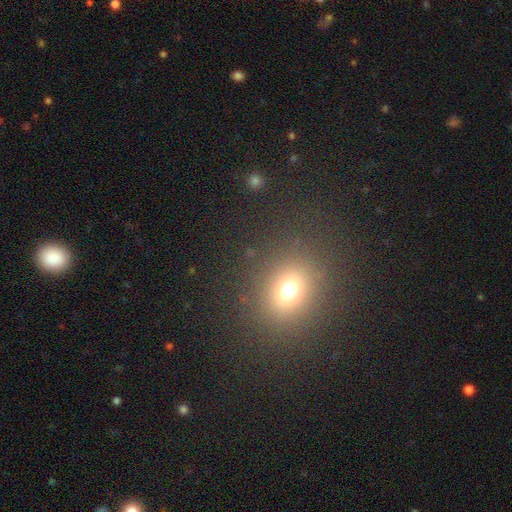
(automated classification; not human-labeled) Morphology: type=smooth (64%); roundness=round (58%); merging=none (90%).